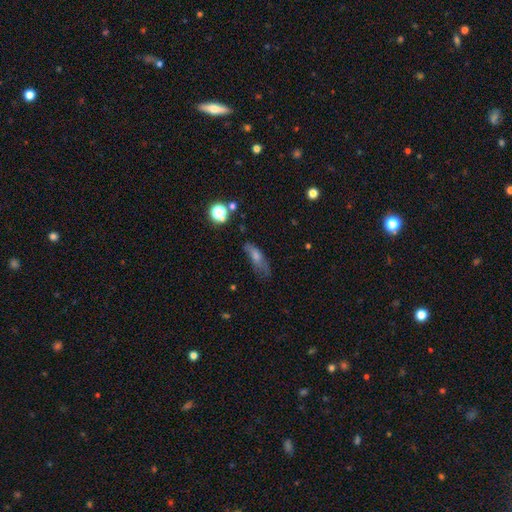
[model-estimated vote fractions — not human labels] smooth-or-featured: smooth: 54% | featured or disk: 30% | star or artifact: 16%
  how-rounded: in between: 49% | cigar-shaped: 45% | round: 6%
  merging: none: 49% | minor disturbance: 30% | major disturbance: 17% | merger: 4%